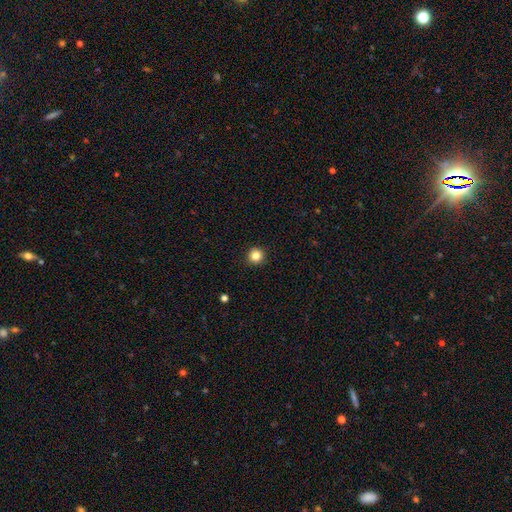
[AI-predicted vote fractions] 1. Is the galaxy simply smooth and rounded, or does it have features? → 84% smooth, 11% star or artifact, 4% featured or disk.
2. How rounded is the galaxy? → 96% round, 3% in between, 1% cigar-shaped.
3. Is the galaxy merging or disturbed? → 93% none, 5% minor disturbance, 2% major disturbance, 1% merger.